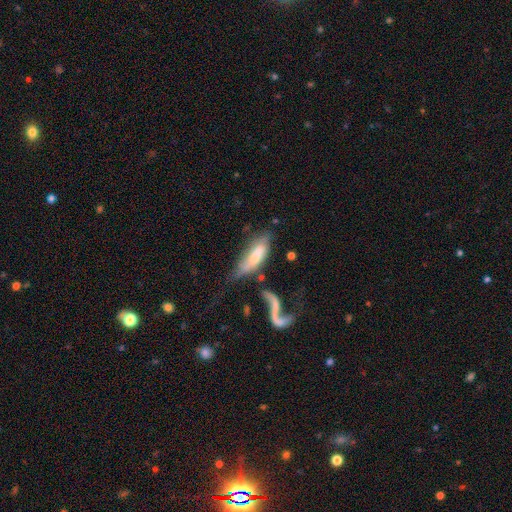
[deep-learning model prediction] Smooth or featured? Predicted: smooth (p=0.60). How rounded? Predicted: in between (p=0.52). Merging? Predicted: none (p=0.32).